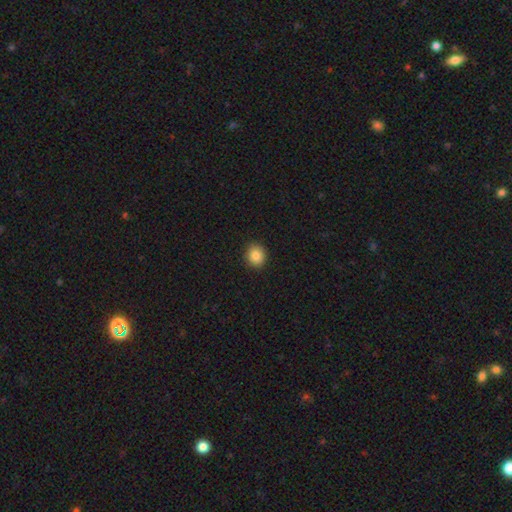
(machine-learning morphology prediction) Smooth or featured? smooth (85%)
How rounded? round (82%)
Merging? none (91%)